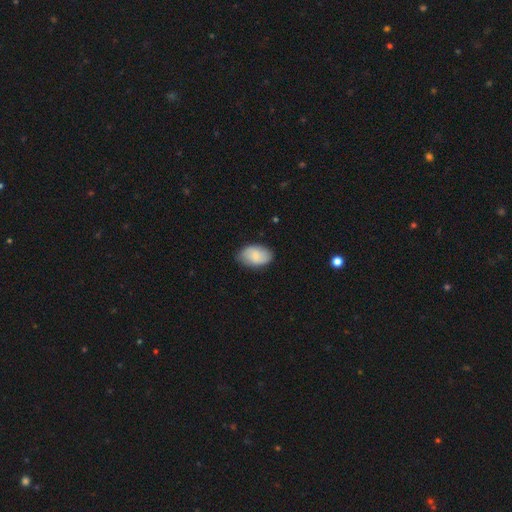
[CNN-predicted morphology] The model was most divided on "smooth or featured": smooth: 77%, featured or disk: 17%, star or artifact: 6%. More confident: how rounded — in between (92%); merging — none (81%).